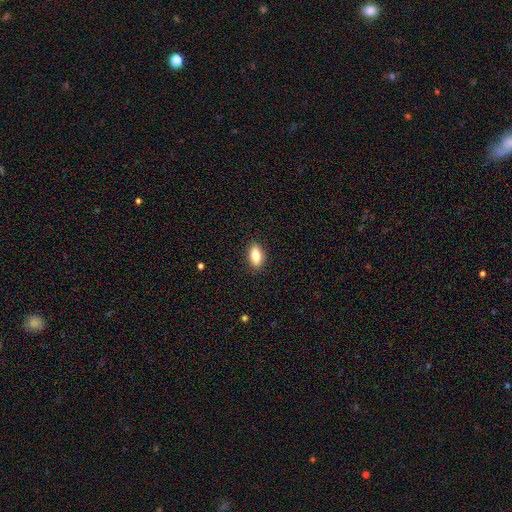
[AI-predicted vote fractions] This appears to be a smooth galaxy with no disk features (80%) that is in between round and cigar-shaped (85%). Merging: none (88%).